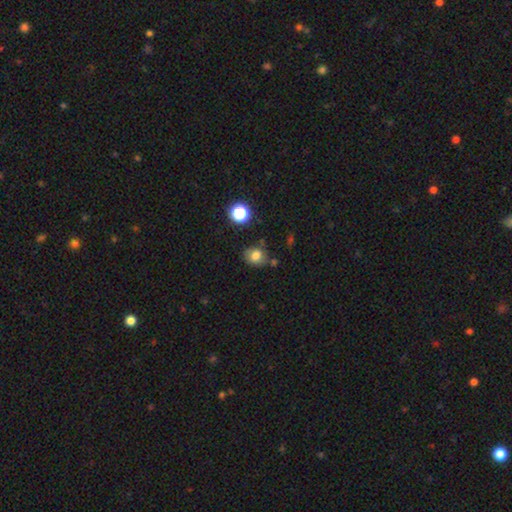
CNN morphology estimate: Smooth or featured: smooth — 77% (star or artifact — 13%)
How rounded: round — 60% (in between — 39%)
Merging: none — 70% (minor disturbance — 18%)